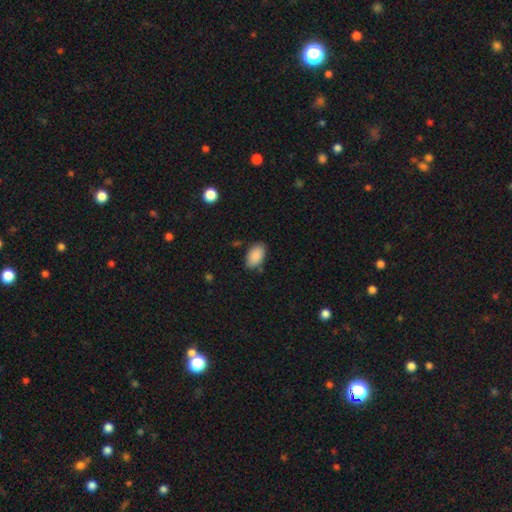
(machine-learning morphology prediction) Smooth or featured?
  - smooth: 89% *
  - star or artifact: 7%
  - featured or disk: 4%
How rounded?
  - in between: 93% *
  - round: 6%
  - cigar-shaped: 1%
Merging?
  - none: 80% *
  - minor disturbance: 14%
  - major disturbance: 3%
  - merger: 2%